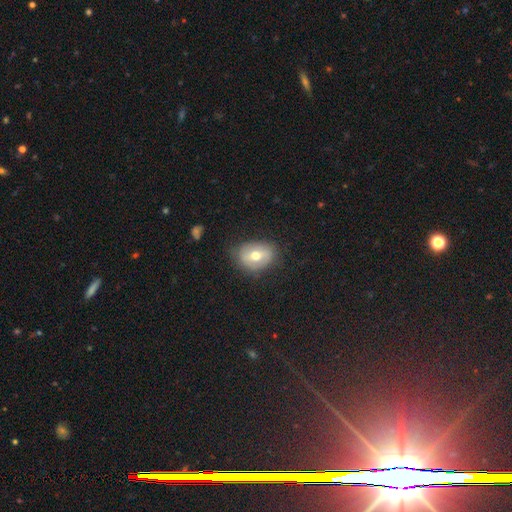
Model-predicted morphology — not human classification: This appears to be a smooth galaxy with no disk features (57%) that is in between round and cigar-shaped (62%). Merging: none (74%).